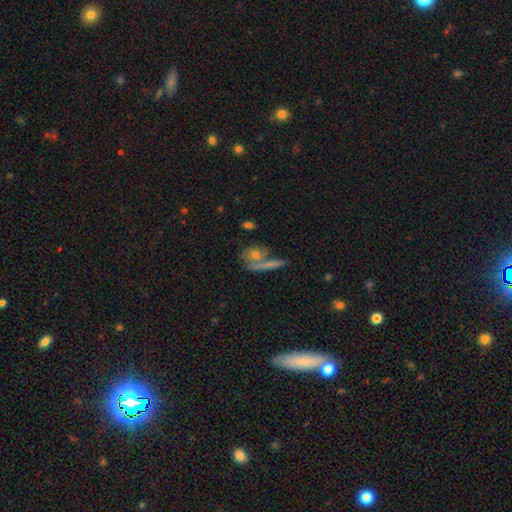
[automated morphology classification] Overall: smooth (55%; featured or disk 32%). How rounded: round (56%; in between 26%). Merging: none (58%; merger 25%).